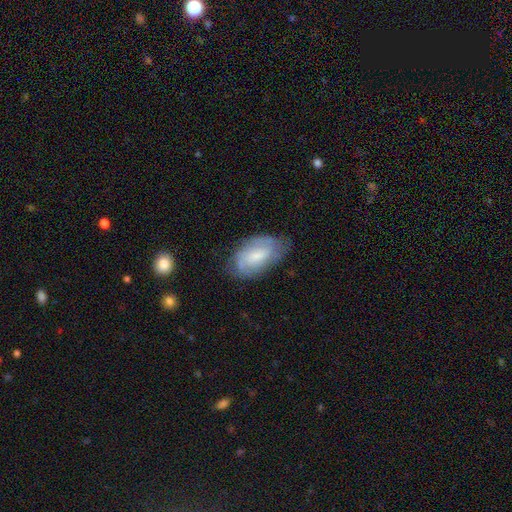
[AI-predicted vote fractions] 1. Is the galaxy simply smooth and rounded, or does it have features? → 47% smooth, 46% featured or disk, 7% star or artifact.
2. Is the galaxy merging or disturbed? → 63% none, 26% minor disturbance, 9% major disturbance, 2% merger.